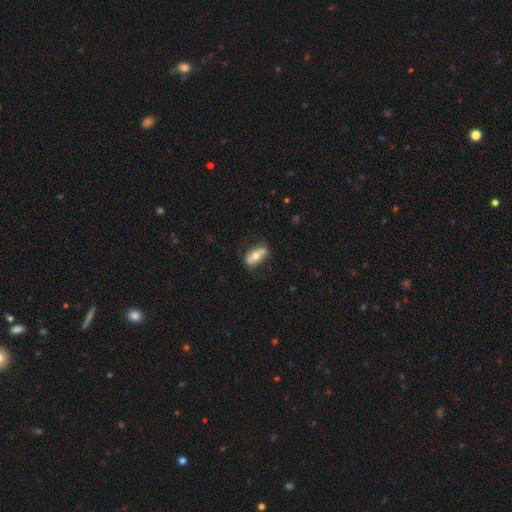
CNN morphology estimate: A featured or disk galaxy (47%, tied with smooth). Merging: none (74%).